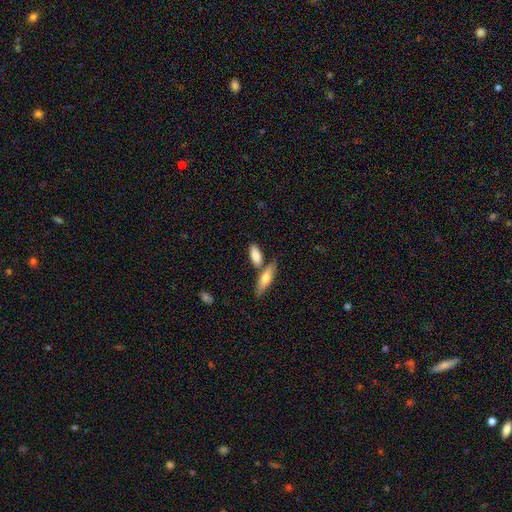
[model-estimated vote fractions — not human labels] Smooth or featured? smooth (78%)
How rounded? in between (72%)
Merging? none (58%)